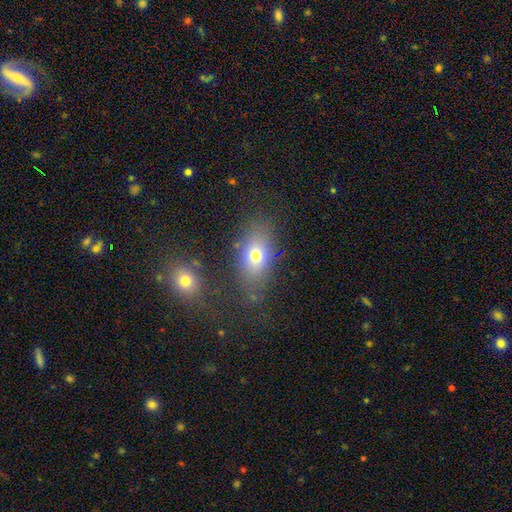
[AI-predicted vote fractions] The model was most divided on "smooth or featured": smooth: 71%, featured or disk: 16%, star or artifact: 14%. More confident: how rounded — in between (78%); merging — none (73%).